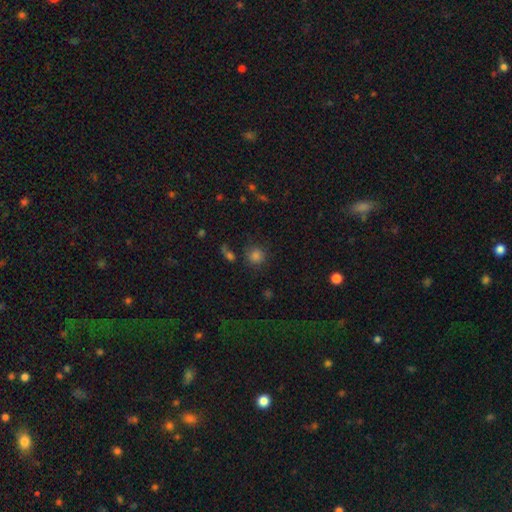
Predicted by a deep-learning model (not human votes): Morphology: type=smooth (78%); roundness=round (90%); merging=none (77%).